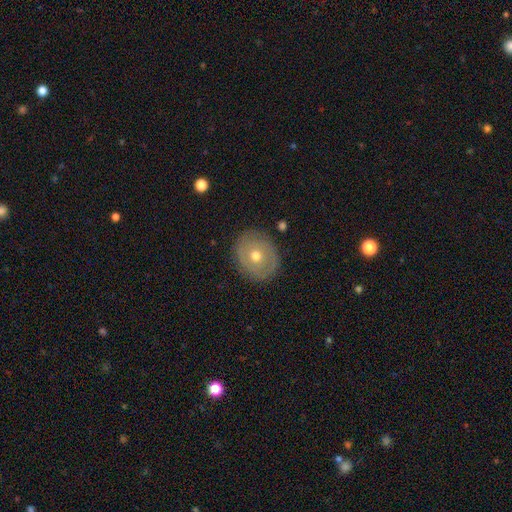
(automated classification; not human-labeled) Smooth or featured? Predicted: featured or disk (p=0.54). Edge-on disk? Predicted: no (p=0.95). Bar? Predicted: no (p=0.87). Spiral arms? Predicted: no (p=0.55). Bulge size? Predicted: moderate (p=0.68). Merging? Predicted: none (p=0.85).